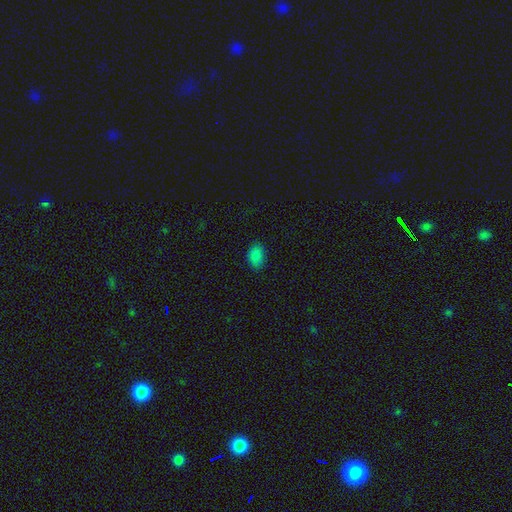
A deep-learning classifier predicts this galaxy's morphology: This is clearly a smooth galaxy (84%). How rounded: clearly in between (86%). Merging: clearly none (85%).